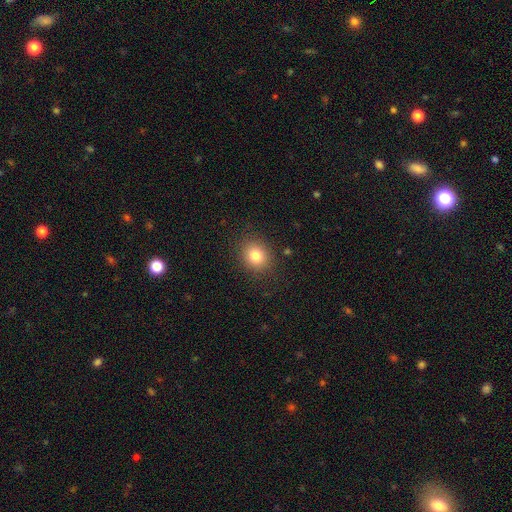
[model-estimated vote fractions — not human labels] The model was most divided on "how rounded": round: 75%, in between: 24%, cigar-shaped: 1%. More confident: merging — none (88%); smooth or featured — smooth (80%).